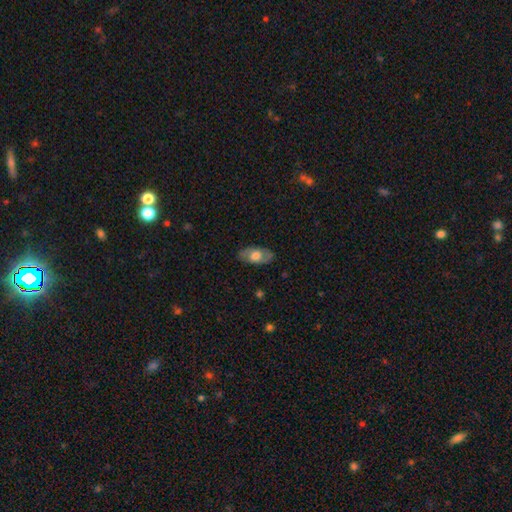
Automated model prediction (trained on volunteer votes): Q: Smooth or featured?
A: smooth (57%); runner-up: featured or disk (37%)
Q: How rounded?
A: in between (90%); runner-up: round (5%)
Q: Merging?
A: none (80%); runner-up: minor disturbance (15%)